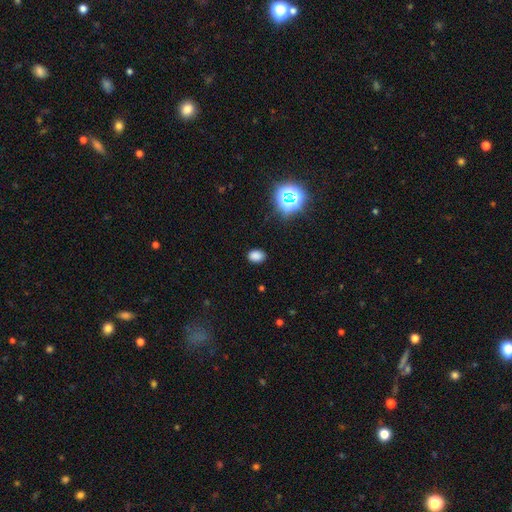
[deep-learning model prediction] smooth-or-featured: smooth: 77% | star or artifact: 18% | featured or disk: 5%
  how-rounded: in between: 77% | round: 22% | cigar-shaped: 1%
  merging: none: 87% | minor disturbance: 10% | major disturbance: 3% | merger: 1%